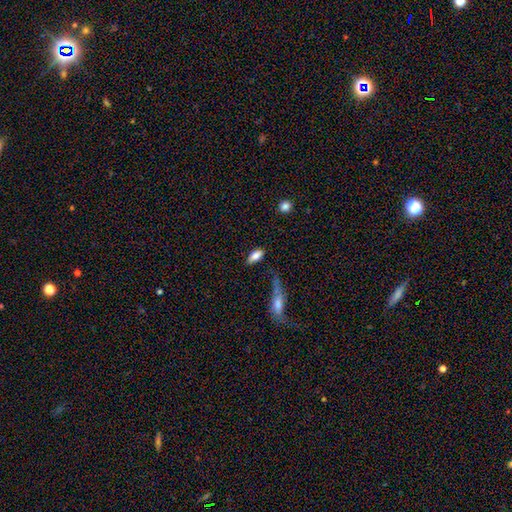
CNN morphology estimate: smooth 81%, featured or disk 11%, star or artifact 7%. Down the decision tree: how rounded — in between (85%); merging — none (75%).